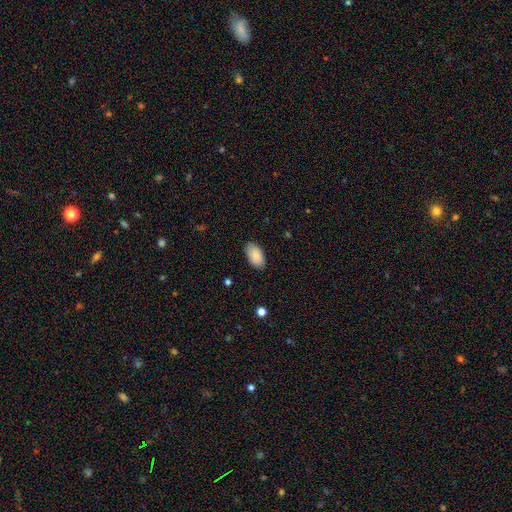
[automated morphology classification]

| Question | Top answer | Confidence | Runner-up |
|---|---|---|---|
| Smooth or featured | smooth | 86% | featured or disk (8%) |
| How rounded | in between | 95% | round (4%) |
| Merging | none | 84% | minor disturbance (12%) |